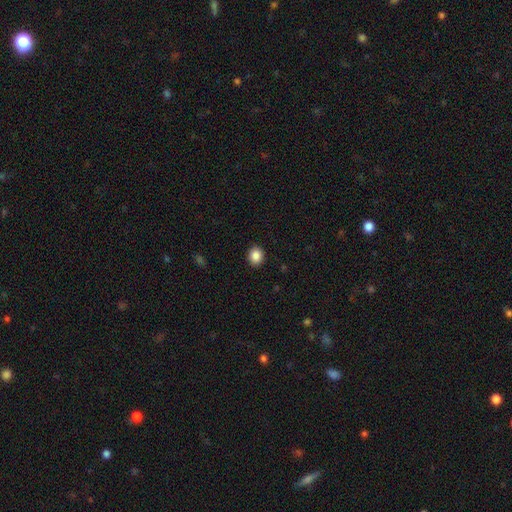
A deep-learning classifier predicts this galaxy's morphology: Overall: smooth (87%). How rounded: round (72%). Merging: none (91%).